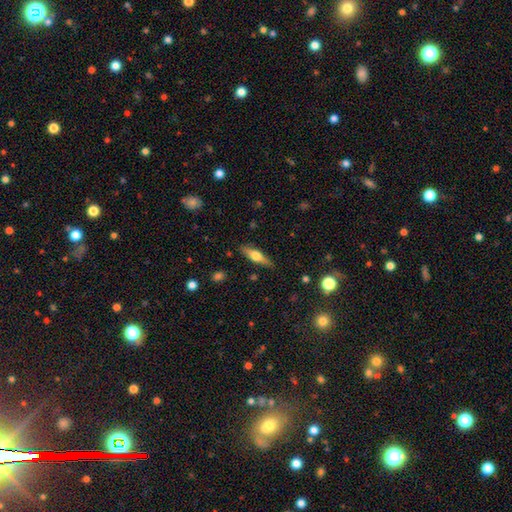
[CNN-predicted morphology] Smooth or featured? Predicted: featured or disk (p=0.47). Merging? Predicted: none (p=0.86).